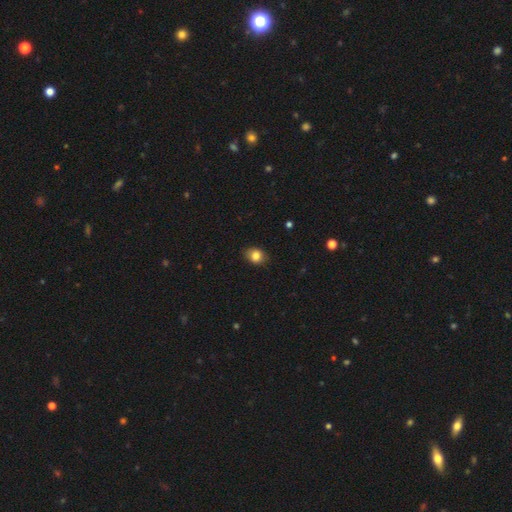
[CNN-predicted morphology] type=smooth (83%); roundness=in between (53%); merging=none (82%).